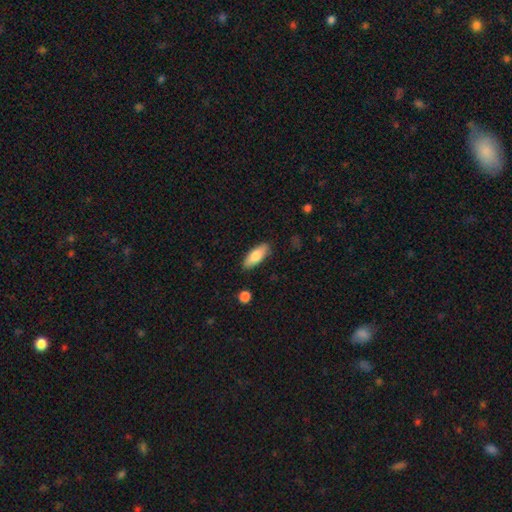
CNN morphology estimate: Q: Smooth or featured?
A: smooth (79%); runner-up: featured or disk (15%)
Q: How rounded?
A: in between (74%); runner-up: cigar-shaped (24%)
Q: Merging?
A: none (87%); runner-up: minor disturbance (10%)